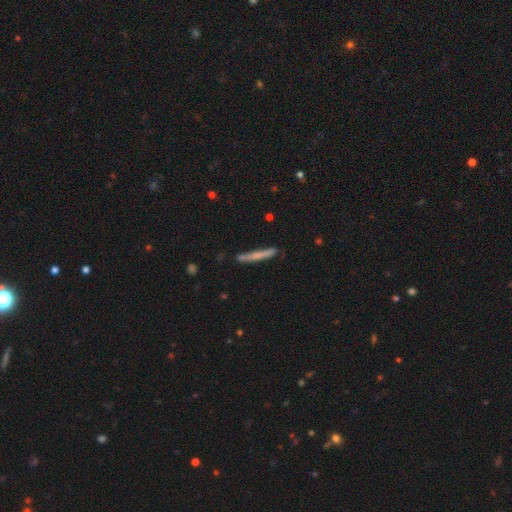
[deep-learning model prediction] A smooth galaxy with no disk features (58%) that is cigar-shaped (96%).

Vote fractions:
- Smooth or featured? smooth: 58% / featured or disk: 35% / star or artifact: 7%
- How rounded? cigar-shaped: 96% / in between: 3% / round: 1%
- Merging? none: 83% / minor disturbance: 12% / major disturbance: 2% / merger: 2%